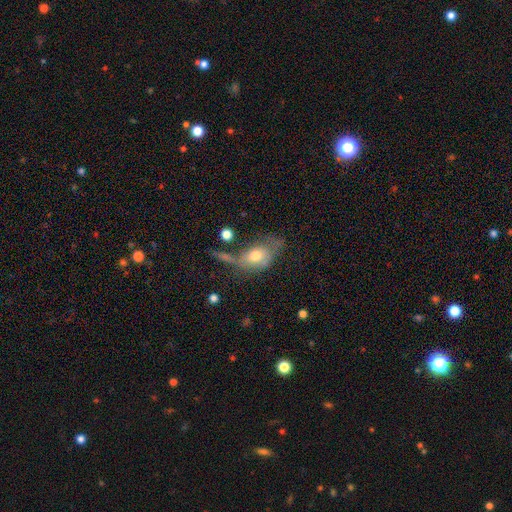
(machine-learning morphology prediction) smooth 63%, featured or disk 28%, star or artifact 9%. Down the decision tree: how rounded — in between (82%); merging — none (32%).